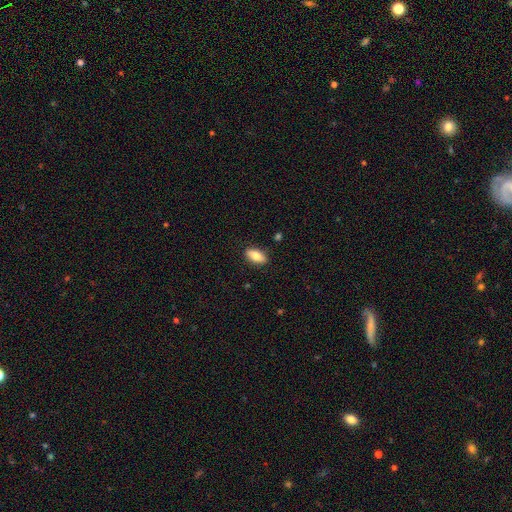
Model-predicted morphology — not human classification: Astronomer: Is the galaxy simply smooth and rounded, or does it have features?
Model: smooth — 78%.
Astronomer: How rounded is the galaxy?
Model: in between — 88%.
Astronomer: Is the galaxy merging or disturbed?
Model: none — 87%.